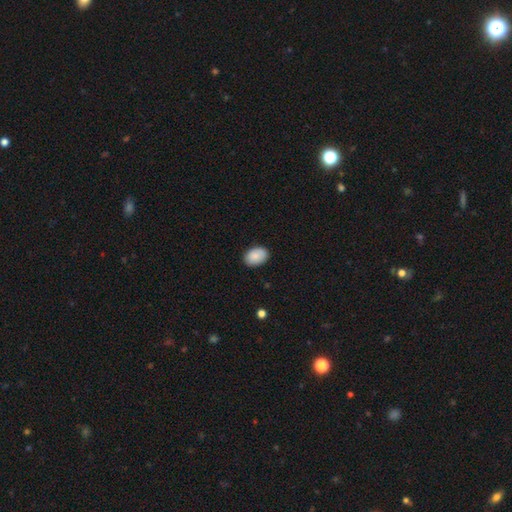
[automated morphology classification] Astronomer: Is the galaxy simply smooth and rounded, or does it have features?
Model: smooth — 87%.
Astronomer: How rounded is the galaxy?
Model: in between — 85%.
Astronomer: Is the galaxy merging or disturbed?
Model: none — 86%.